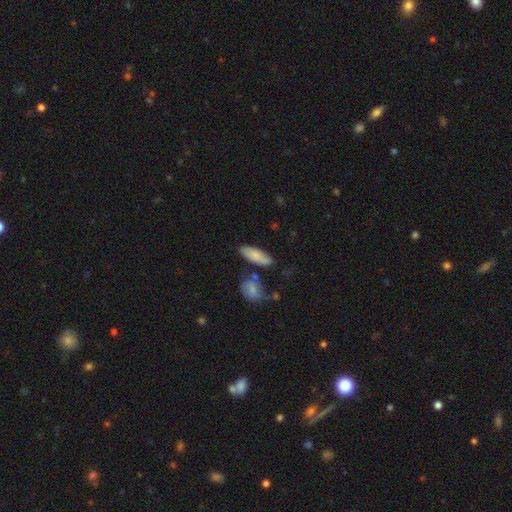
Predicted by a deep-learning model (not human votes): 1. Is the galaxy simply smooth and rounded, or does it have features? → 79% smooth, 15% featured or disk, 6% star or artifact.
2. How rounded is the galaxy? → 68% in between, 29% cigar-shaped, 3% round.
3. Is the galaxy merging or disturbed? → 70% none, 17% minor disturbance, 9% merger, 4% major disturbance.